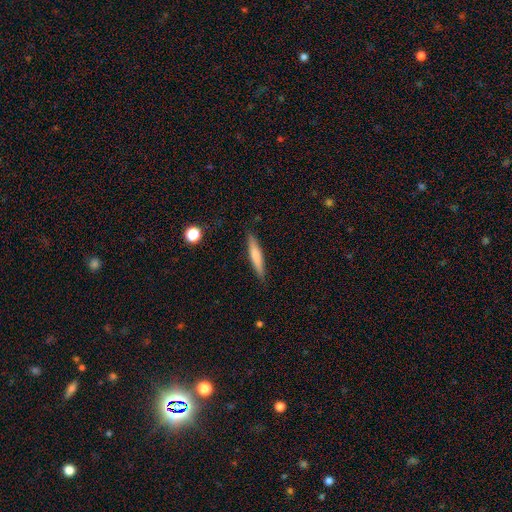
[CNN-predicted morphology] smooth 66%, featured or disk 27%, star or artifact 6%. Down the decision tree: how rounded — cigar-shaped (91%); merging — none (88%).